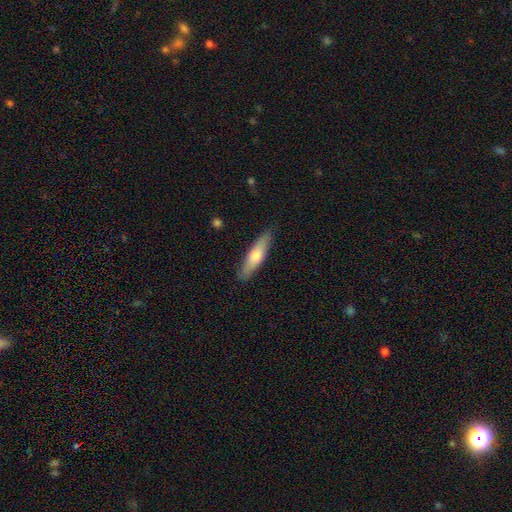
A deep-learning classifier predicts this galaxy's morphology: Overall: smooth (64%; featured or disk 31%). How rounded: cigar-shaped (73%). Merging: none (85%).